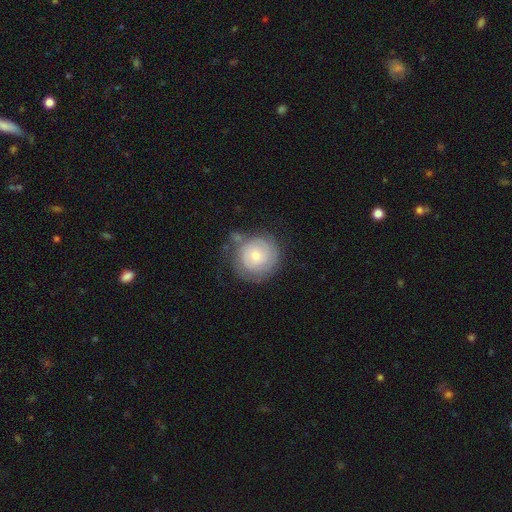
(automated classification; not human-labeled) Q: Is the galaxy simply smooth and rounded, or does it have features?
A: featured or disk — 57%.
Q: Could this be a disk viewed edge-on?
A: no — 98%.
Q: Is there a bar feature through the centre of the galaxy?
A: no — 77%.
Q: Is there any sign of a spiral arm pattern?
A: yes — 84%.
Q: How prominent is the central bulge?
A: small — 56%.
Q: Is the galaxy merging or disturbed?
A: none — 62%.